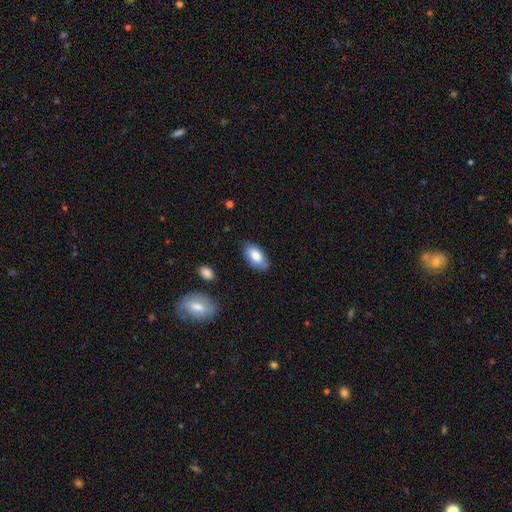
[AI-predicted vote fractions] Smooth or featured: smooth — 82% (featured or disk — 11%)
How rounded: in between — 93% (cigar-shaped — 4%)
Merging: none — 81% (minor disturbance — 15%)